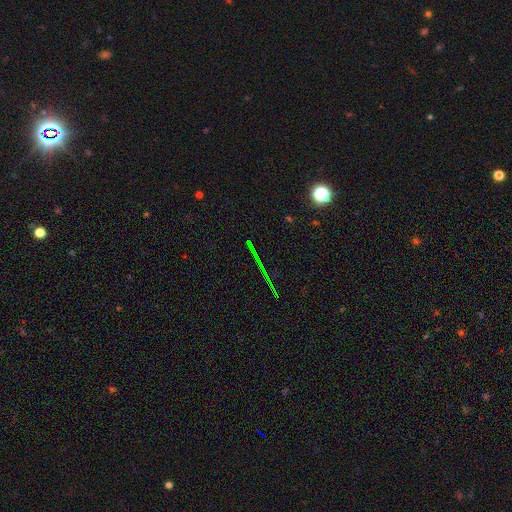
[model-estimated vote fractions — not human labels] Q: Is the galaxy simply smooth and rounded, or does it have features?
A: star or artifact — 75%.